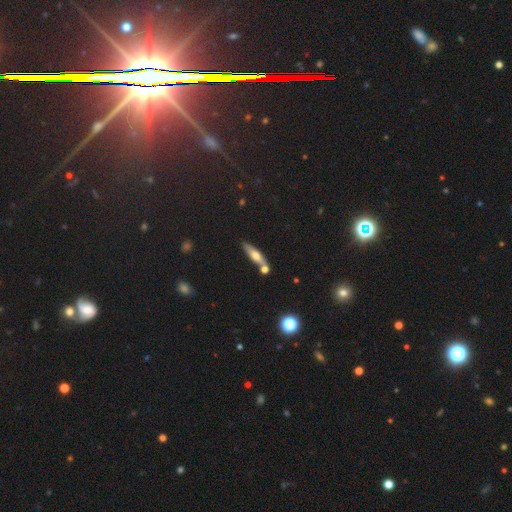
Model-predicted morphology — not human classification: smooth_or_featured: featured or disk (p=0.49) [alt: smooth p=0.43]
merging: none (p=0.70) [alt: merger p=0.15]